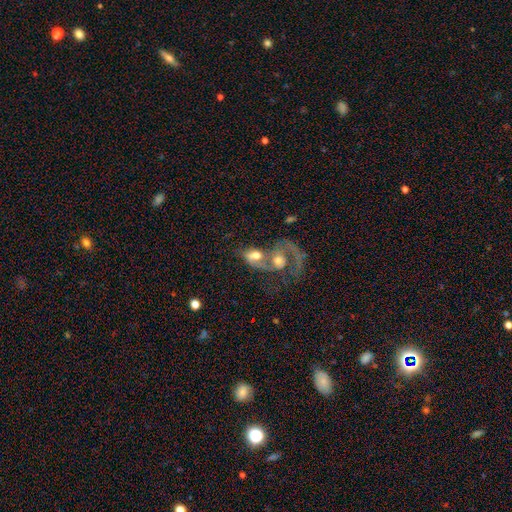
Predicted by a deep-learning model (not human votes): Q: Smooth or featured?
A: featured or disk (53%); runner-up: smooth (38%)
Q: Edge-on disk?
A: no (95%); runner-up: yes (5%)
Q: Bar?
A: no (72%); runner-up: weak (22%)
Q: Spiral arms?
A: yes (65%); runner-up: no (35%)
Q: Bulge size?
A: moderate (58%); runner-up: large (22%)
Q: Merging?
A: merger (78%); runner-up: major disturbance (10%)